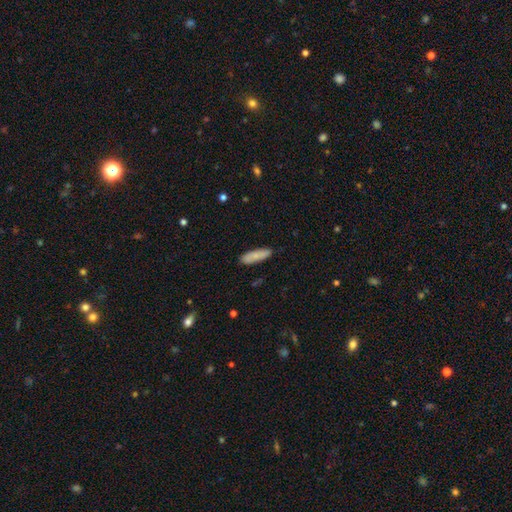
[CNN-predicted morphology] Smooth or featured? Predicted: smooth (p=0.79). How rounded? Predicted: cigar-shaped (p=0.56). Merging? Predicted: none (p=0.85).